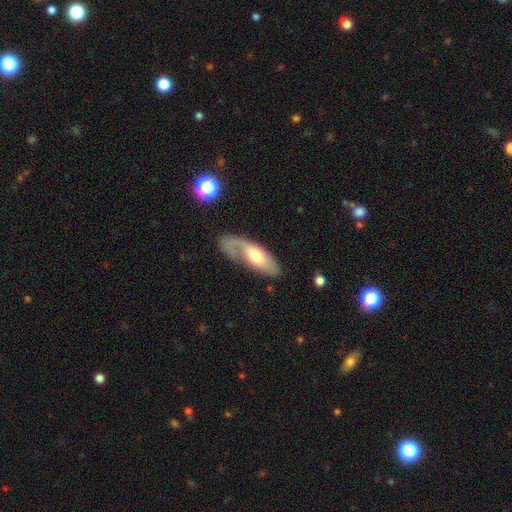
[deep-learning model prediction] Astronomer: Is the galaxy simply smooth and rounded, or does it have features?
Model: featured or disk — 55% (runner-up: smooth, 39%).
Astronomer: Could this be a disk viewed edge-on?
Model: no — 83%.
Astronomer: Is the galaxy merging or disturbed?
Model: none — 49%.